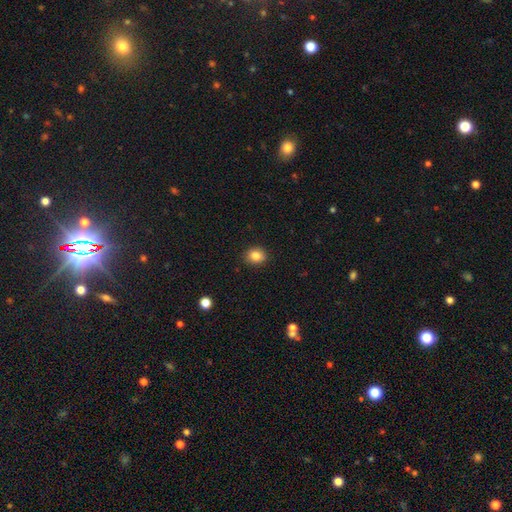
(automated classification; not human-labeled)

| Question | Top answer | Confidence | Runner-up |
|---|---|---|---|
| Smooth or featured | smooth | 84% | star or artifact (10%) |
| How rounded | round | 60% | in between (39%) |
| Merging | none | 88% | minor disturbance (9%) |